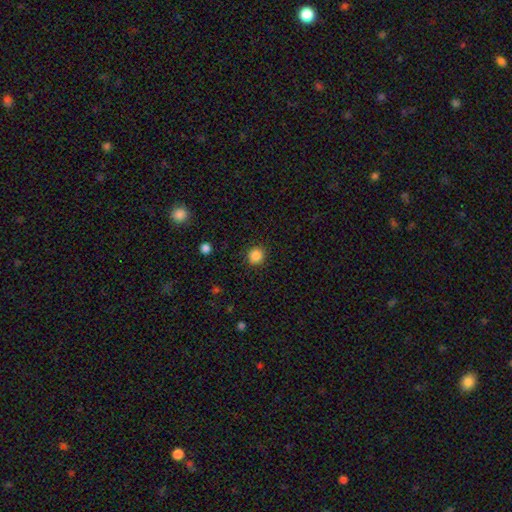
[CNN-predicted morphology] smooth 86%, star or artifact 11%, featured or disk 3%. Down the decision tree: how rounded — round (92%); merging — none (90%).